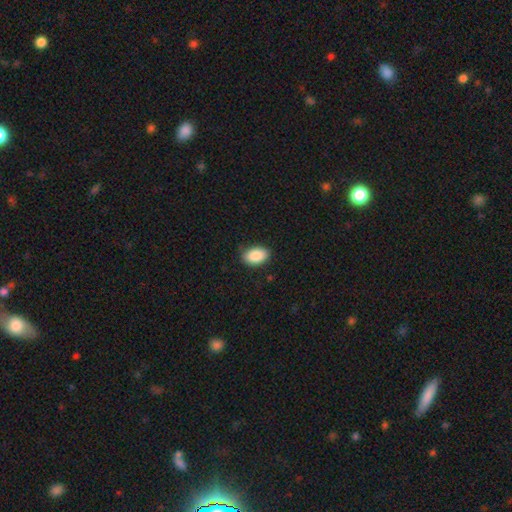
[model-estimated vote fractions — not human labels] Morphology: type=smooth (88%); roundness=in between (90%); merging=none (83%).